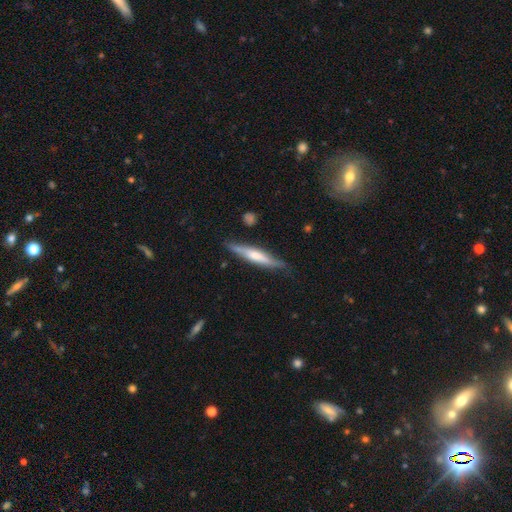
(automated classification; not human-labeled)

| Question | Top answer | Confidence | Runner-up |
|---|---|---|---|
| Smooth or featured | featured or disk | 52% | smooth (43%) |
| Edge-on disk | yes | 92% | no (8%) |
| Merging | none | 78% | minor disturbance (17%) |